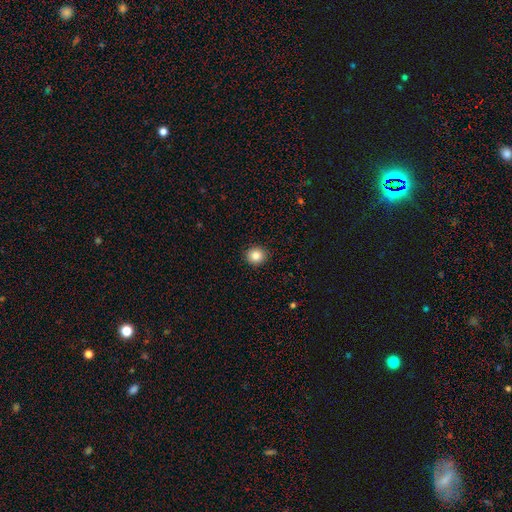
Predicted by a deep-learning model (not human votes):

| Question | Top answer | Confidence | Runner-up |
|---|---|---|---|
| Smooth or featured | smooth | 85% | star or artifact (10%) |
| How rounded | round | 90% | in between (9%) |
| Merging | none | 93% | minor disturbance (5%) |